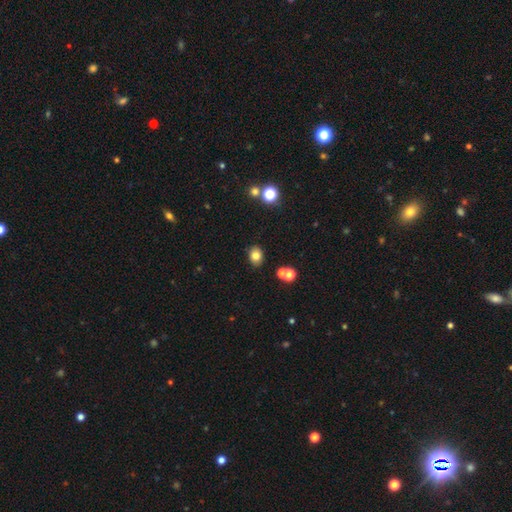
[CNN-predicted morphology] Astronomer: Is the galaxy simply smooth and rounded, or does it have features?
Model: smooth — 79%.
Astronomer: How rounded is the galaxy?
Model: round — 50% (runner-up: in between, 49%).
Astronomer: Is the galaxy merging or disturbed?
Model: none — 84%.